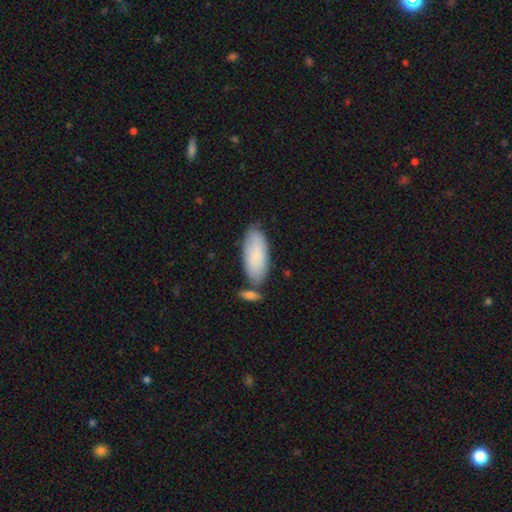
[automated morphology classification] Smooth or featured? Predicted: smooth (p=0.82). How rounded? Predicted: in between (p=0.84). Merging? Predicted: none (p=0.65).